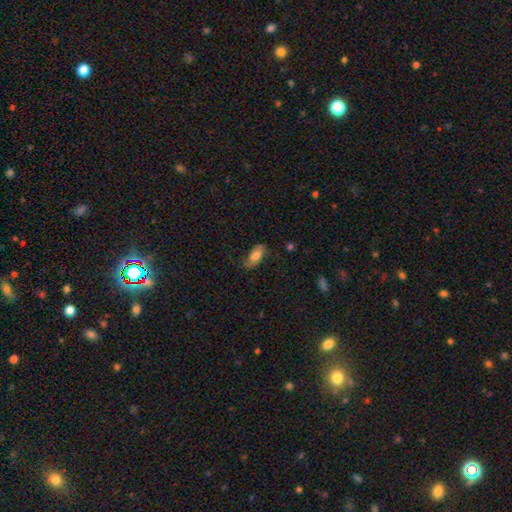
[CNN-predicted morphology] type=smooth (65%); roundness=in between (88%); merging=none (60%).